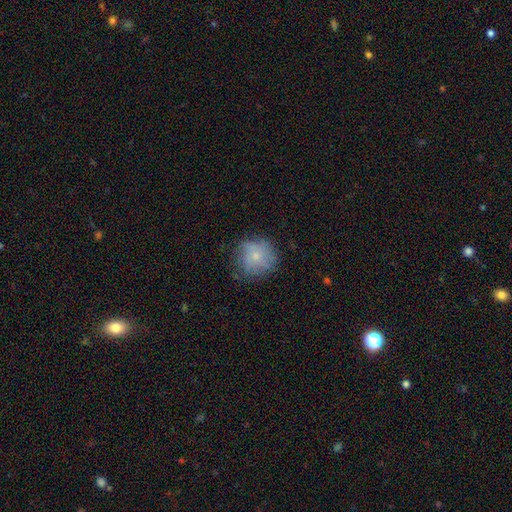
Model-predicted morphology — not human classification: smooth_or_featured: smooth (p=0.65) [alt: featured or disk p=0.24]
how_rounded: round (p=0.89) [alt: in between p=0.10]
merging: none (p=0.73) [alt: minor disturbance p=0.19]